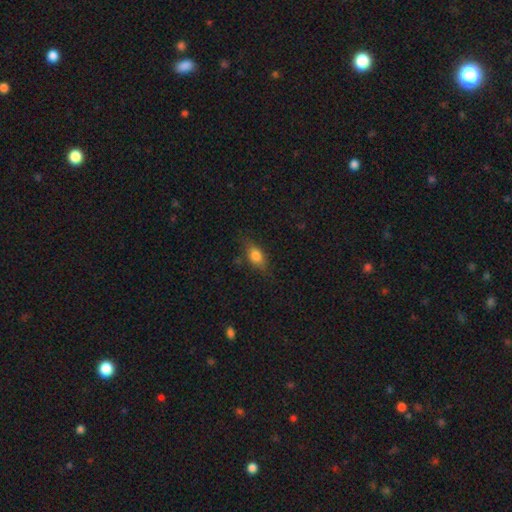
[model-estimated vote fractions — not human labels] The model was most divided on "smooth or featured": smooth: 71%, featured or disk: 19%, star or artifact: 10%. More confident: how rounded — in between (77%); merging — none (74%).